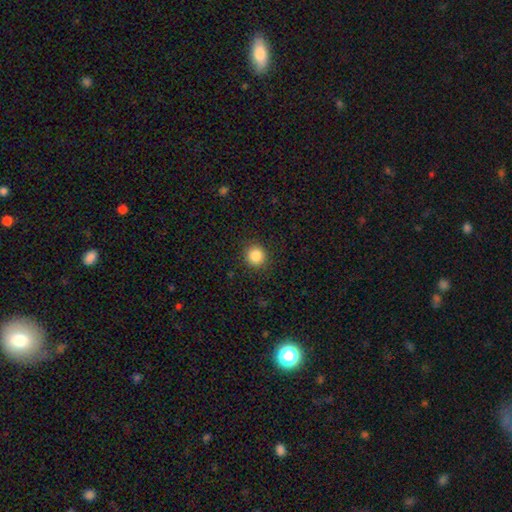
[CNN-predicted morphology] Overall: smooth (86%). How rounded: round (92%). Merging: none (90%).